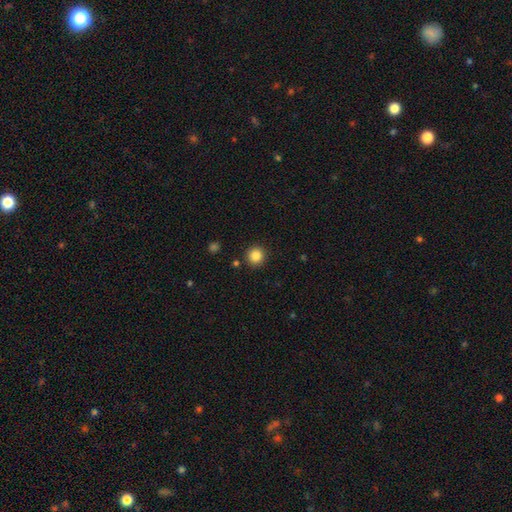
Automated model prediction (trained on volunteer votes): Smooth or featured? Predicted: smooth (p=0.86). How rounded? Predicted: round (p=0.94). Merging? Predicted: none (p=0.90).